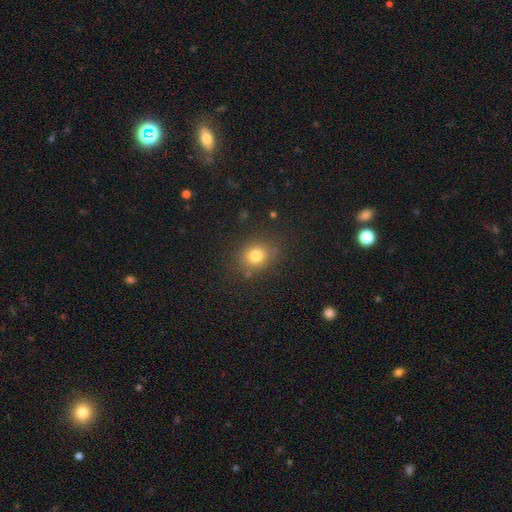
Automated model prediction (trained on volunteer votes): A smooth galaxy with no disk features (79%) that is round (70%).

Vote fractions:
- Smooth or featured? smooth: 79% / star or artifact: 13% / featured or disk: 8%
- How rounded? round: 70% / in between: 29% / cigar-shaped: 1%
- Merging? none: 82% / minor disturbance: 12% / major disturbance: 4% / merger: 3%